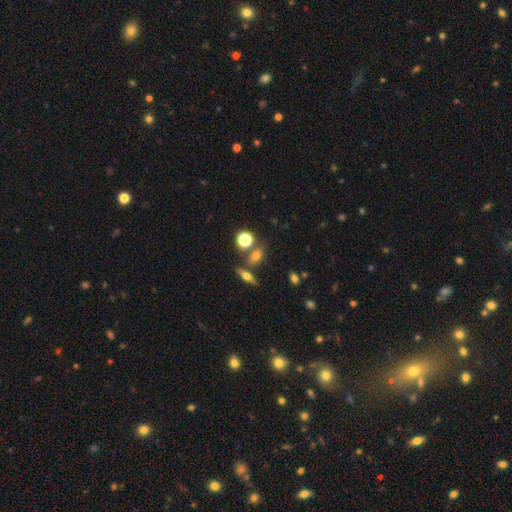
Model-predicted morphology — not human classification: smooth 64%, featured or disk 18%, star or artifact 17%. Down the decision tree: how rounded — in between (51%); merging — none (67%).